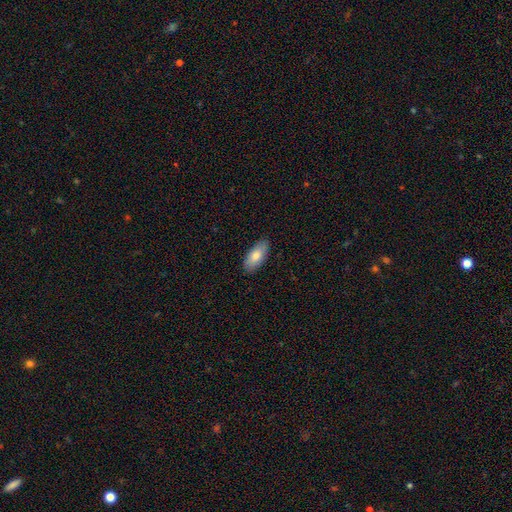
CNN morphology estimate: Overall: smooth (79%). How rounded: in between (88%). Merging: none (88%).